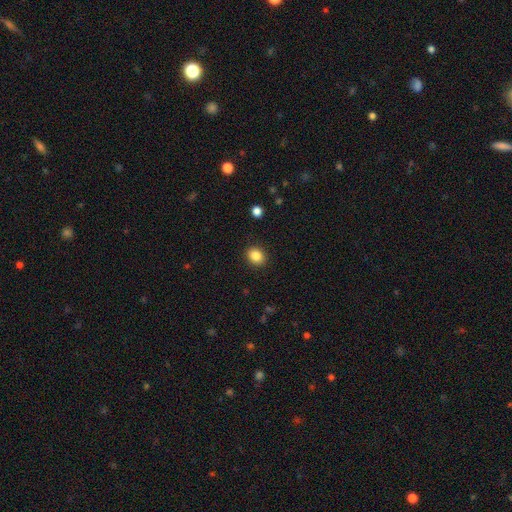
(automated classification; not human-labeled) Overall: smooth (86%). How rounded: round (57%; in between 42%). Merging: none (90%).